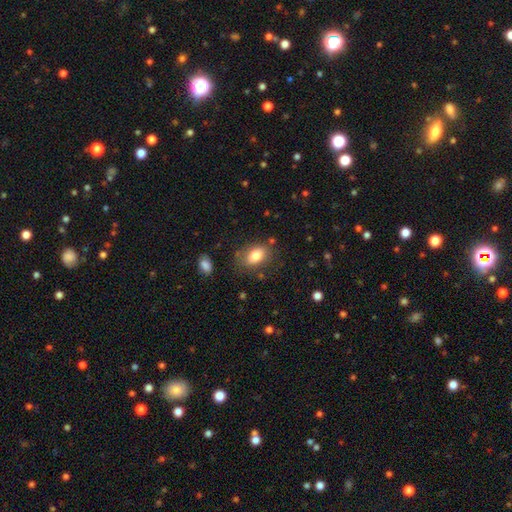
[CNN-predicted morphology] A smooth galaxy with no disk features (79%) that is in between round and cigar-shaped (86%).

Vote fractions:
- Smooth or featured? smooth: 79% / featured or disk: 13% / star or artifact: 8%
- How rounded? in between: 86% / round: 13% / cigar-shaped: 2%
- Merging? none: 74% / minor disturbance: 17% / major disturbance: 5% / merger: 4%